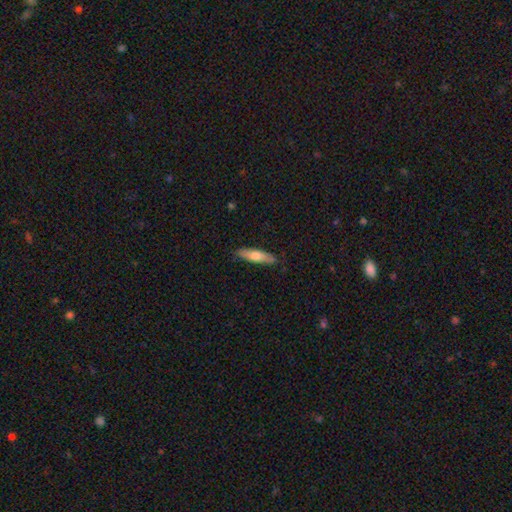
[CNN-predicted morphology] smooth-or-featured: smooth: 65% | featured or disk: 30% | star or artifact: 5%
  how-rounded: cigar-shaped: 74% | in between: 25% | round: 2%
  merging: none: 85% | minor disturbance: 12% | major disturbance: 2% | merger: 1%